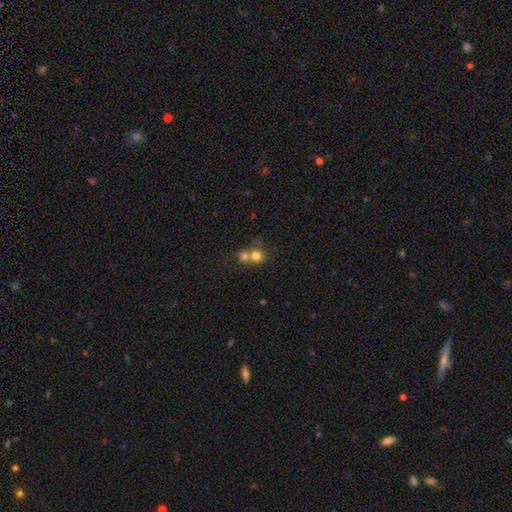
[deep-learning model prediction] A smooth galaxy with no disk features (76%) that is round (86%). Merging: merger (58%).